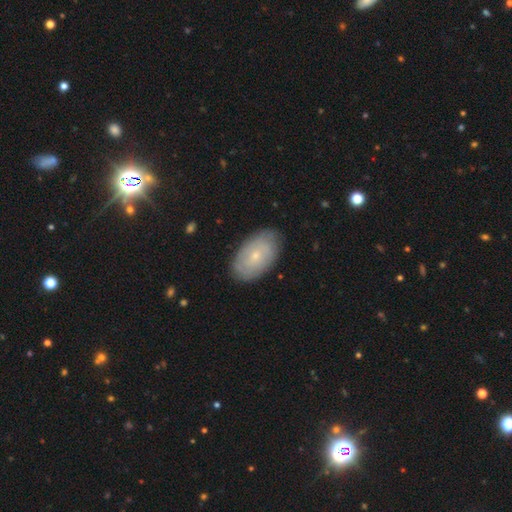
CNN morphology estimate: smooth-or-featured: smooth: 49% | featured or disk: 44% | star or artifact: 7%
  merging: none: 83% | minor disturbance: 13% | major disturbance: 3% | merger: 1%